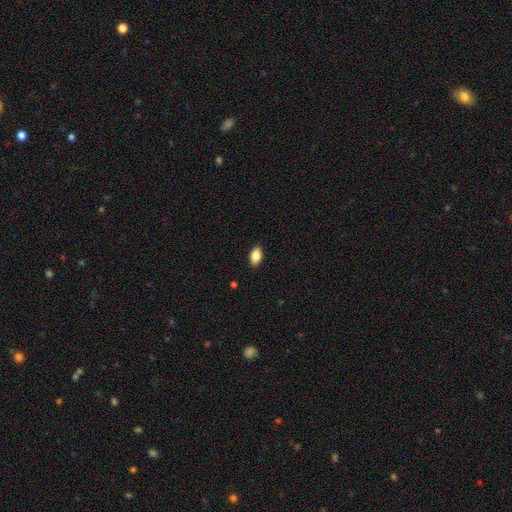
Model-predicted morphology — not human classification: Smooth or featured: smooth — 86% (star or artifact — 8%)
How rounded: in between — 92% (round — 5%)
Merging: none — 89% (minor disturbance — 8%)